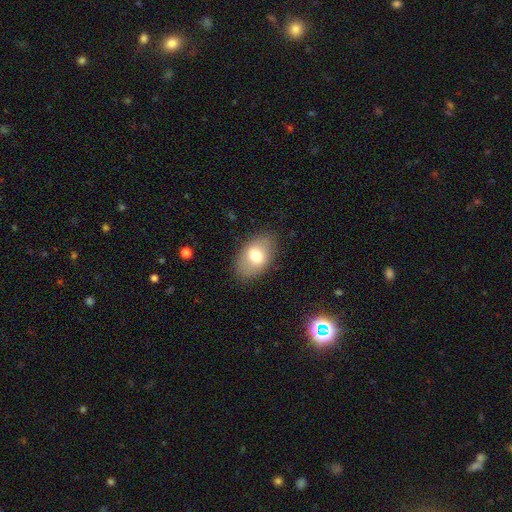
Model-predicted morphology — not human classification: A smooth galaxy with no disk features (70%) that is in between round and cigar-shaped (87%). Merging: none (82%).